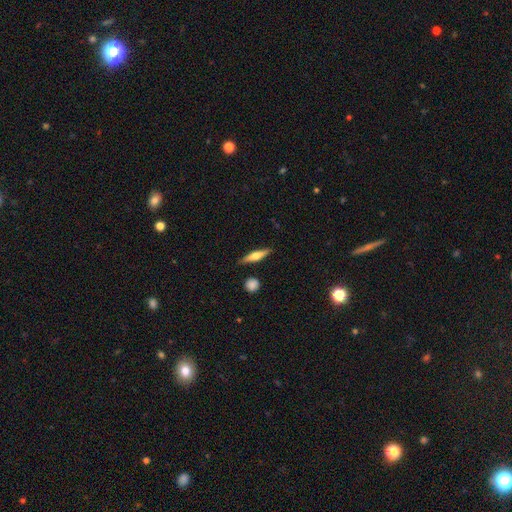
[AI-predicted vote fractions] Morphology: type=featured or disk (50%); merging=none (85%).